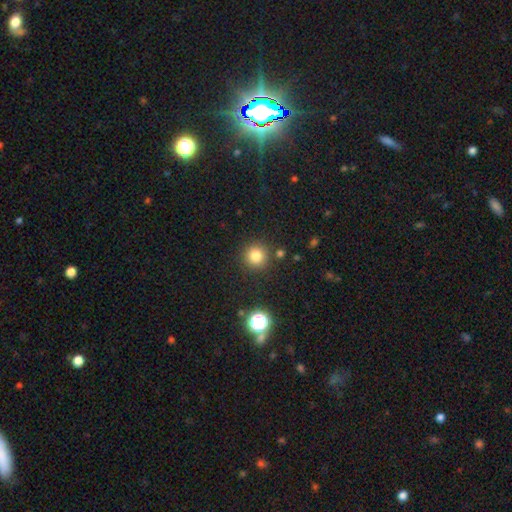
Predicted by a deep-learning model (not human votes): Smooth or featured? smooth (81%)
How rounded? round (94%)
Merging? none (87%)